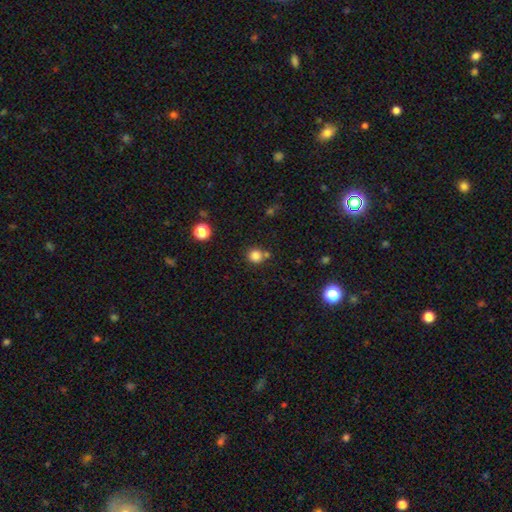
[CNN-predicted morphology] Q: Smooth or featured?
A: smooth (82%); runner-up: star or artifact (13%)
Q: How rounded?
A: round (91%); runner-up: in between (8%)
Q: Merging?
A: none (71%); runner-up: merger (17%)